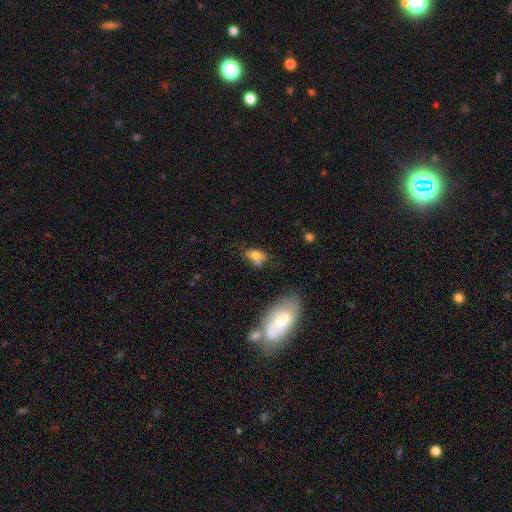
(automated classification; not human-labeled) A smooth galaxy with no disk features (70%) that is in between round and cigar-shaped (81%).

Vote fractions:
- Smooth or featured? smooth: 70% / featured or disk: 18% / star or artifact: 12%
- How rounded? in between: 81% / round: 15% / cigar-shaped: 4%
- Merging? none: 38% / minor disturbance: 26% / merger: 22% / major disturbance: 15%